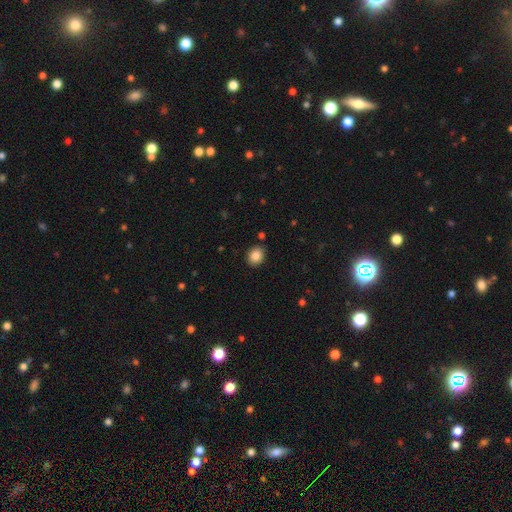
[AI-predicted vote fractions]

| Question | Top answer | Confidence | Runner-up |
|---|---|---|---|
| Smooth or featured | smooth | 86% | star or artifact (9%) |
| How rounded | round | 59% | in between (40%) |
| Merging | none | 88% | minor disturbance (8%) |